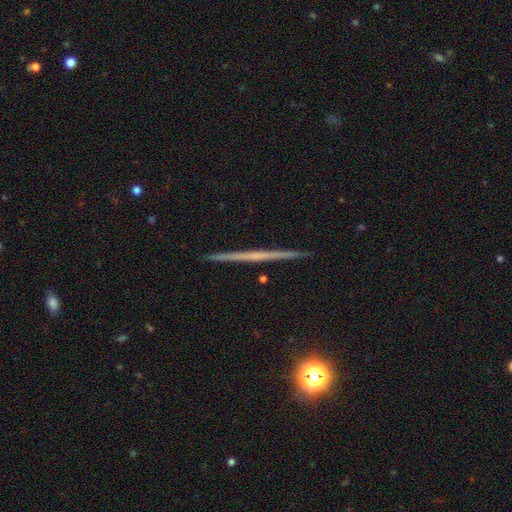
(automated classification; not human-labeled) smooth-or-featured: featured or disk: 65% | smooth: 27% | star or artifact: 8%
  disk-edge-on: yes: 98% | no: 2%
    edge-on-bulge: none: 86% | rounded: 10% | boxy: 4%
  merging: none: 93% | minor disturbance: 5% | merger: 1% | major disturbance: 1%